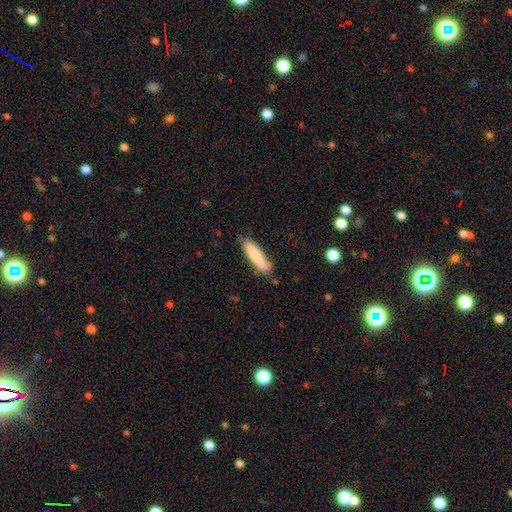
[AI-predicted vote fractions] A smooth galaxy with no disk features (83%) that is cigar-shaped (75%).

Vote fractions:
- Smooth or featured? smooth: 83% / featured or disk: 12% / star or artifact: 6%
- How rounded? cigar-shaped: 75% / in between: 24% / round: 1%
- Merging? none: 76% / minor disturbance: 19% / major disturbance: 3% / merger: 2%